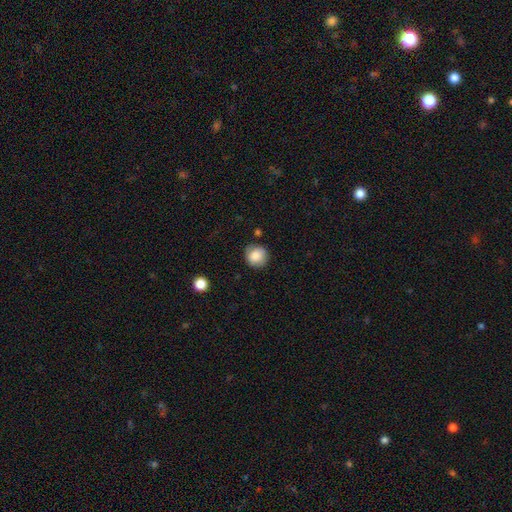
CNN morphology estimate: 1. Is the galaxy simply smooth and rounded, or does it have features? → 84% smooth, 9% star or artifact, 7% featured or disk.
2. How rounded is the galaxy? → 91% round, 8% in between, 1% cigar-shaped.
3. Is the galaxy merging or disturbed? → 80% none, 14% minor disturbance, 3% major disturbance, 2% merger.